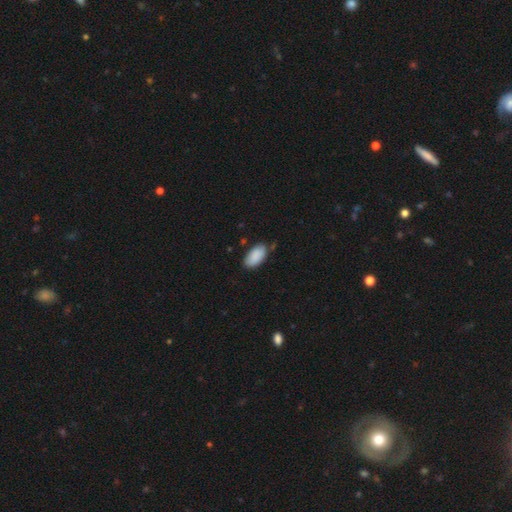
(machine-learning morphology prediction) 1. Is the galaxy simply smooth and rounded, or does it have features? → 89% smooth, 6% star or artifact, 5% featured or disk.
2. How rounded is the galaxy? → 95% in between, 3% cigar-shaped, 2% round.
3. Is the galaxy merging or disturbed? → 75% none, 19% minor disturbance, 3% major disturbance, 3% merger.